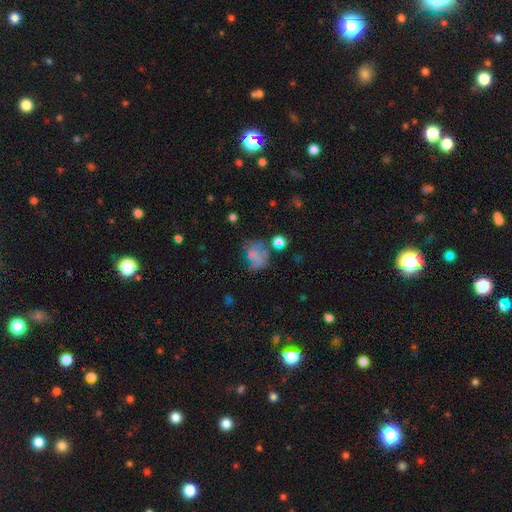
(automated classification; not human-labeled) Smooth or featured: smooth — 49% (featured or disk — 33%)
Merging: none — 35% (major disturbance — 29%)